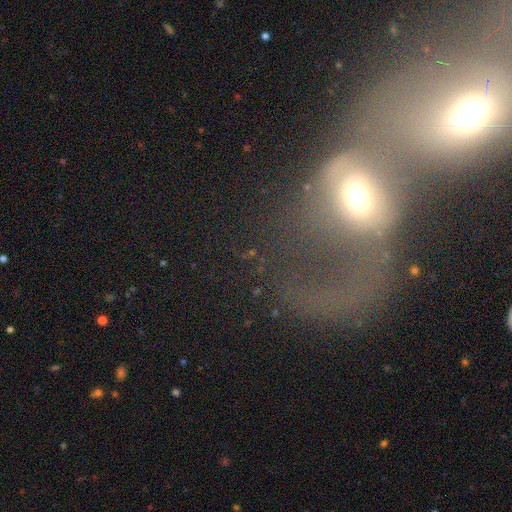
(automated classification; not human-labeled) Smooth or featured? Predicted: featured or disk (p=0.45). Merging? Predicted: major disturbance (p=0.44).